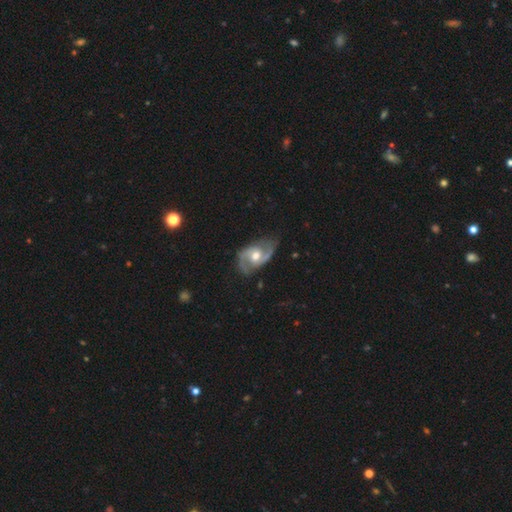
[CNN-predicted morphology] Smooth or featured? featured or disk (86%)
Edge-on disk? no (96%)
Bar? no (50%)
Spiral arms? yes (95%)
Spiral winding? medium (52%)
Spiral arm count? 2 (90%)
Bulge size? moderate (73%)
Merging? none (71%)